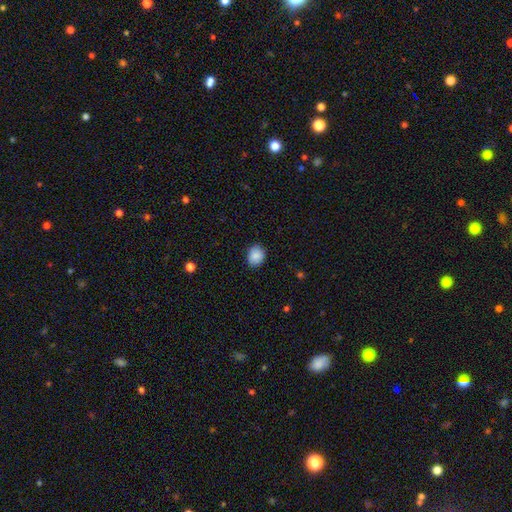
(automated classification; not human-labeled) smooth_or_featured: smooth (p=0.88) [alt: star or artifact p=0.08]
how_rounded: round (p=0.61) [alt: in between p=0.38]
merging: none (p=0.85) [alt: minor disturbance p=0.12]